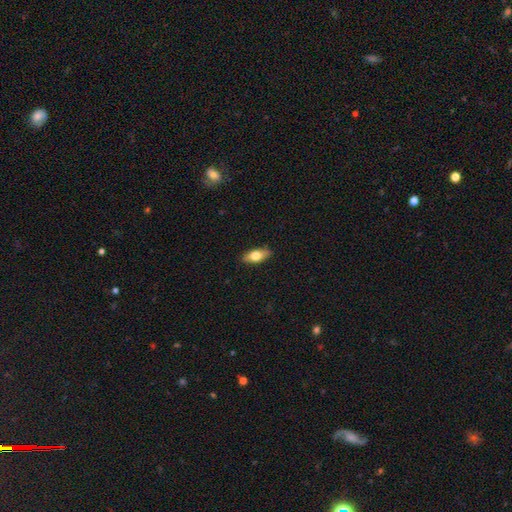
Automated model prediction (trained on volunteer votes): Smooth or featured? smooth (69%)
How rounded? in between (79%)
Merging? none (88%)